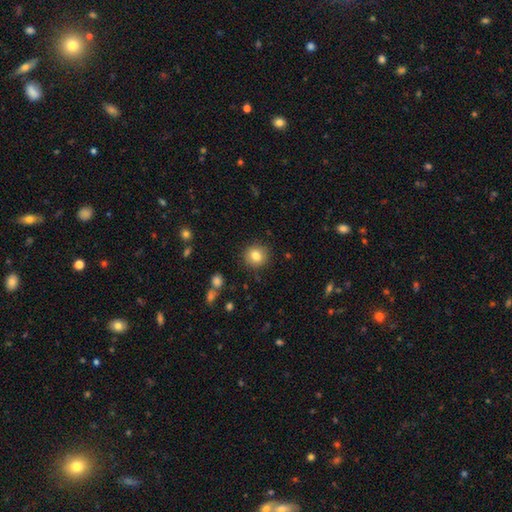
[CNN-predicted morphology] A smooth galaxy with no disk features (82%) that is round (88%).

Vote fractions:
- Smooth or featured? smooth: 82% / star or artifact: 10% / featured or disk: 8%
- How rounded? round: 88% / in between: 11% / cigar-shaped: 1%
- Merging? none: 89% / minor disturbance: 7% / major disturbance: 2% / merger: 2%